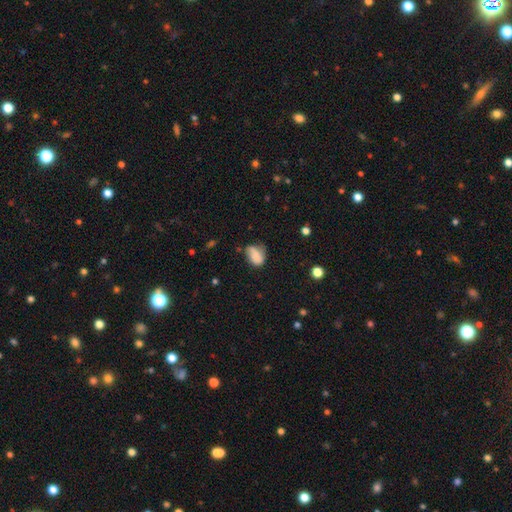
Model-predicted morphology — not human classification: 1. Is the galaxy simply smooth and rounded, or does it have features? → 71% smooth, 19% featured or disk, 9% star or artifact.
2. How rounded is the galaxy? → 75% in between, 24% round, 2% cigar-shaped.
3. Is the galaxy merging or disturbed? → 45% none, 36% minor disturbance, 15% major disturbance, 4% merger.